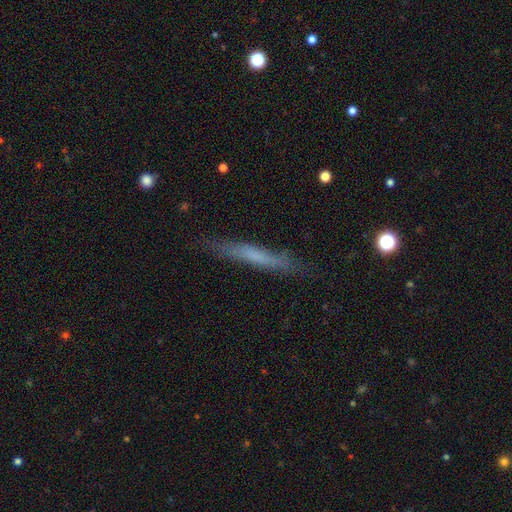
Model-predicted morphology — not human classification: Smooth or featured? smooth (54%)
How rounded? cigar-shaped (95%)
Merging? none (83%)